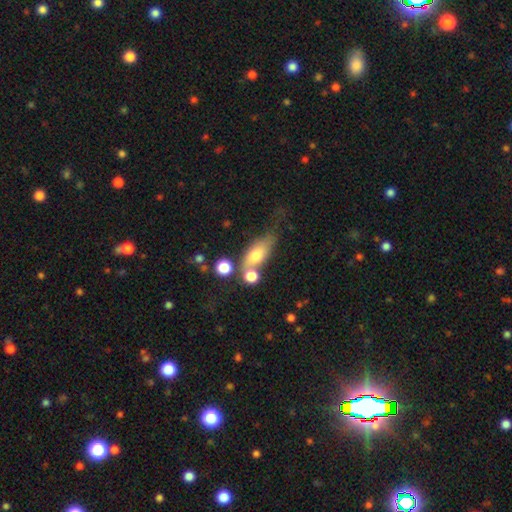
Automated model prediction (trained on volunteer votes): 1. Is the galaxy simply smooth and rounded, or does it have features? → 65% smooth, 25% featured or disk, 10% star or artifact.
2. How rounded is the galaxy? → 71% in between, 18% cigar-shaped, 12% round.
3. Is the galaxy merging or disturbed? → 42% none, 25% merger, 20% minor disturbance, 12% major disturbance.